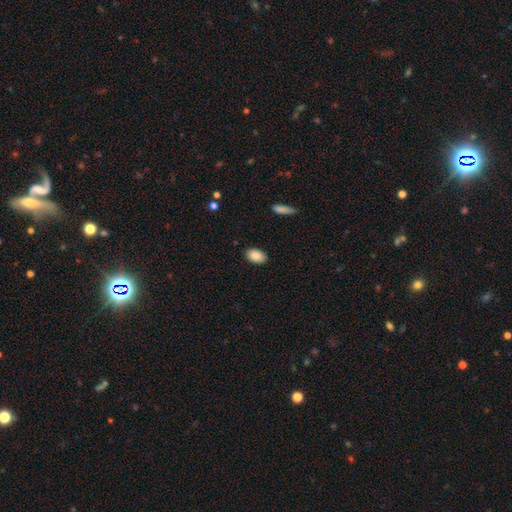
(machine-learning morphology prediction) Smooth or featured: smooth — 89% (star or artifact — 7%)
How rounded: in between — 92% (round — 6%)
Merging: none — 88% (minor disturbance — 9%)